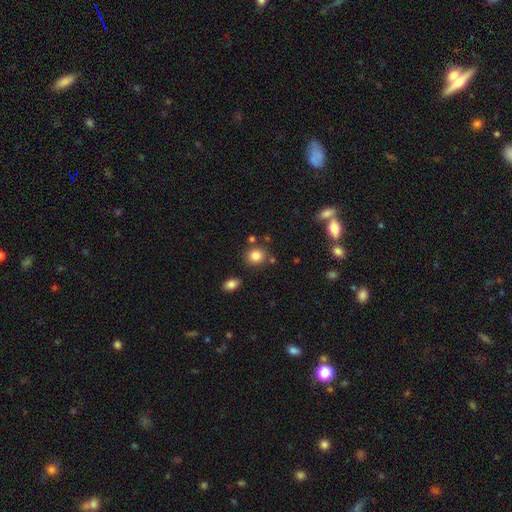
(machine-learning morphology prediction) This is clearly a smooth galaxy (84%). How rounded: likely round (79%). Merging: likely none (79%).